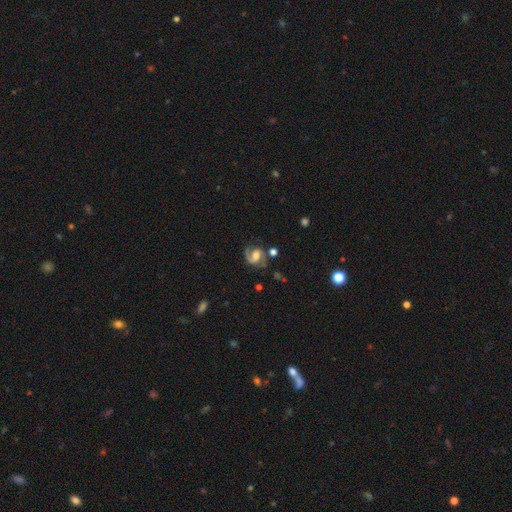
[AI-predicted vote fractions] smooth-or-featured: featured or disk: 84% | smooth: 9% | star or artifact: 6%
  disk-edge-on: no: 98% | yes: 2%
    bar: weak: 44% | no: 39% | strong: 17%
    has-spiral-arms: yes: 96% | no: 4%
      spiral-winding: medium: 56% | loose: 23% | tight: 21%
      spiral-arm-count: 2: 82% | 1: 13% | can't tell: 3% | 3: 1% | 4: 1% | more than 4: 1%
    bulge-size: moderate: 57% | small: 19% | large: 17% | none: 5% | dominant: 2%
  merging: none: 66% | minor disturbance: 18% | major disturbance: 11% | merger: 5%